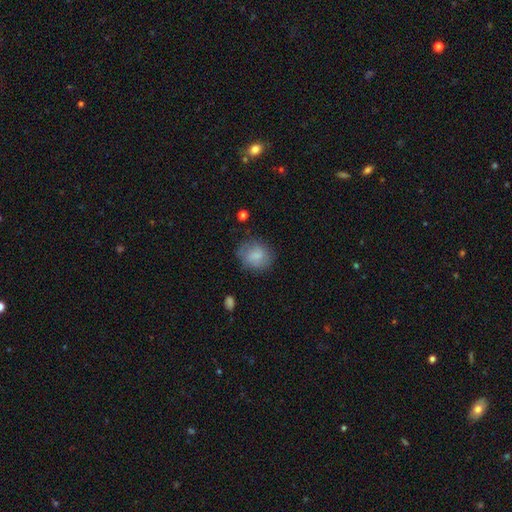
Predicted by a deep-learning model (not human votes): smooth_or_featured: smooth (p=0.77) [alt: featured or disk p=0.15]
how_rounded: round (p=0.65) [alt: in between p=0.34]
merging: none (p=0.70) [alt: minor disturbance p=0.21]